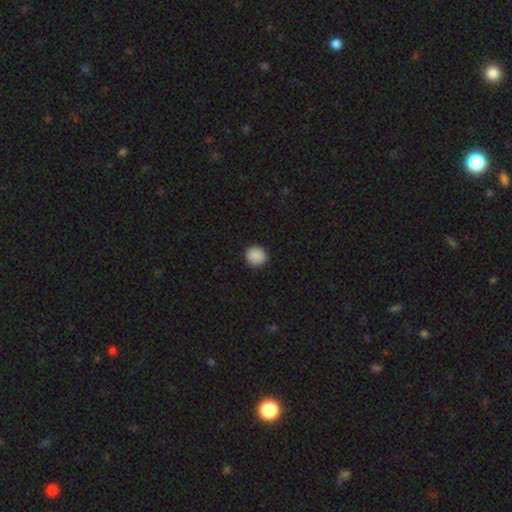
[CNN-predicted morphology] Smooth or featured? smooth (89%)
How rounded? round (89%)
Merging? none (92%)